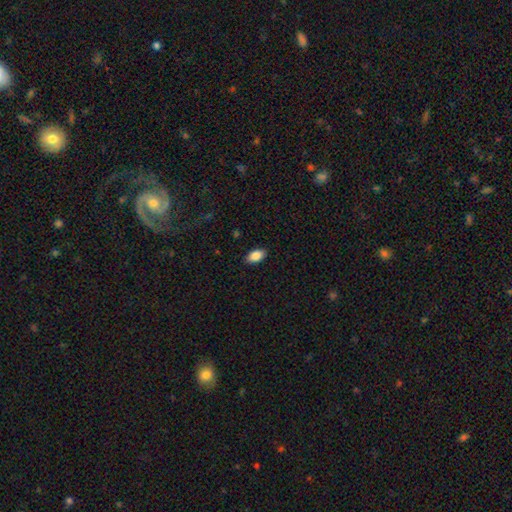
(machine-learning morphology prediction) Q: Smooth or featured?
A: smooth (88%); runner-up: star or artifact (7%)
Q: How rounded?
A: in between (93%); runner-up: round (5%)
Q: Merging?
A: none (88%); runner-up: minor disturbance (9%)